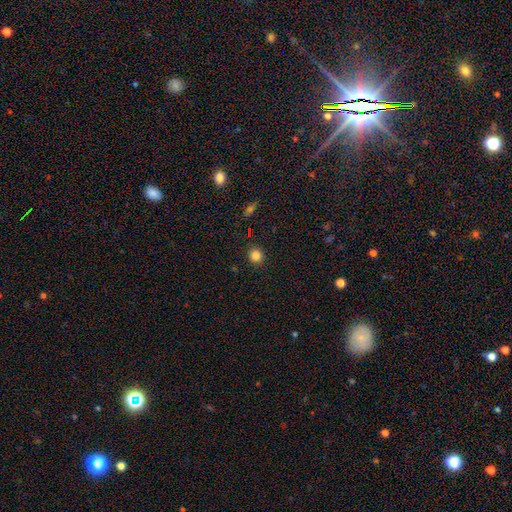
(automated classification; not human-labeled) A smooth galaxy with no disk features (83%) that is round (91%). Merging: none (91%).